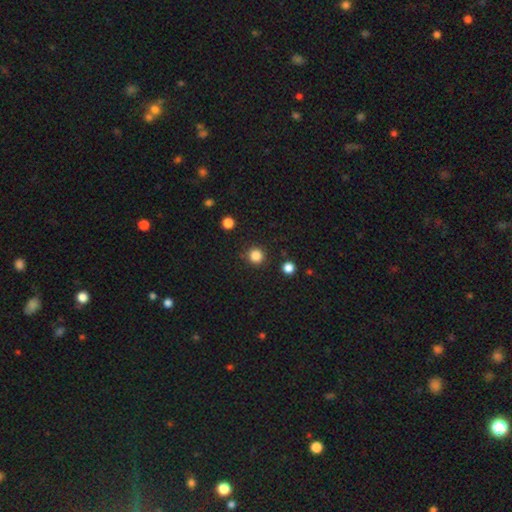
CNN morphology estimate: smooth 84%, star or artifact 13%, featured or disk 3%. Down the decision tree: how rounded — round (94%); merging — none (90%).